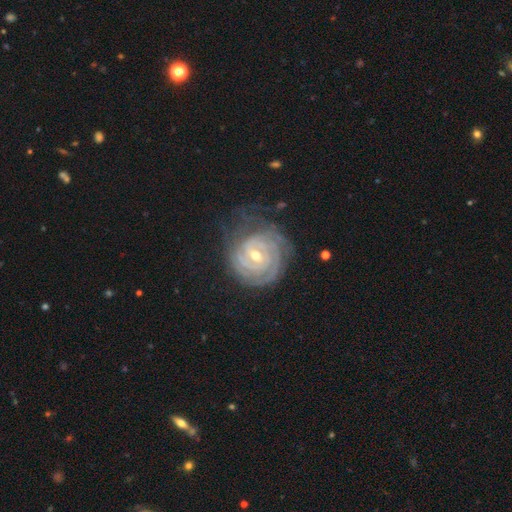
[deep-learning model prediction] featured or disk 89%, smooth 6%, star or artifact 5%. Down the decision tree: edge-on disk — no (97%); bar — weak (46%); spiral arms — yes (98%); spiral arm count — can't tell (26%); spiral winding — tight (85%); bulge size — moderate (51%); merging — none (71%).